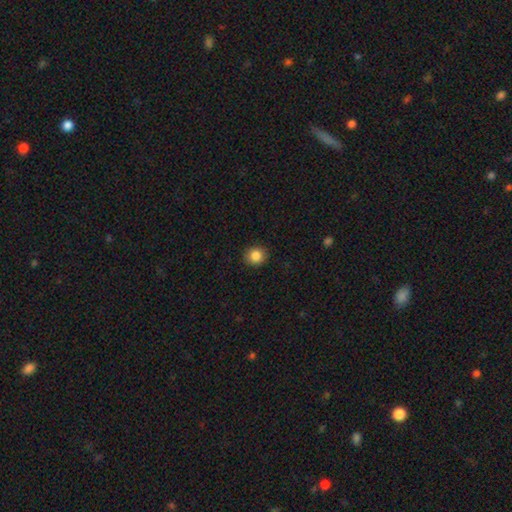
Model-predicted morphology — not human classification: Smooth or featured?
  - smooth: 86% *
  - star or artifact: 10%
  - featured or disk: 4%
How rounded?
  - round: 86% *
  - in between: 13%
  - cigar-shaped: 1%
Merging?
  - none: 90% *
  - minor disturbance: 7%
  - major disturbance: 2%
  - merger: 1%